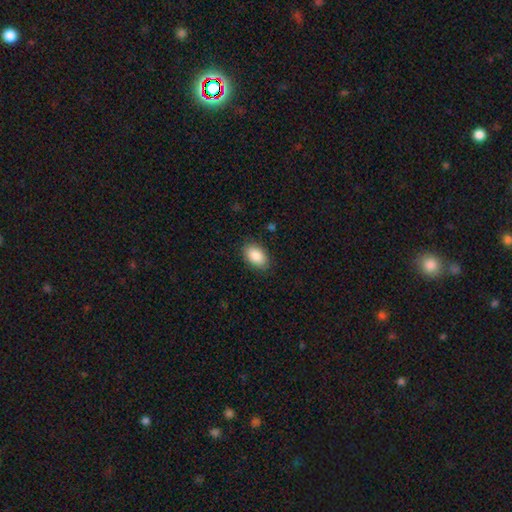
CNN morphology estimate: Smooth or featured? Predicted: smooth (p=0.89). How rounded? Predicted: in between (p=0.92). Merging? Predicted: none (p=0.86).